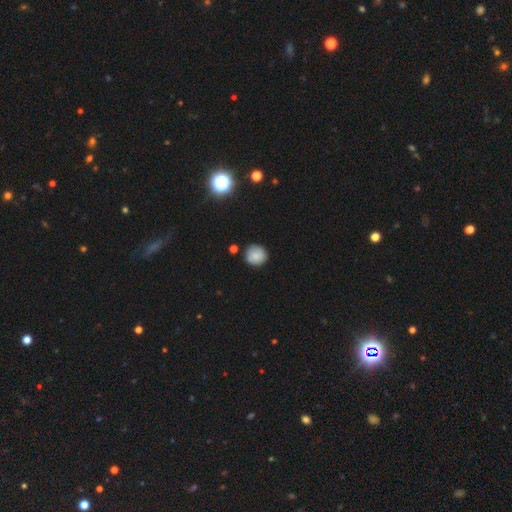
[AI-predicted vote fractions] smooth_or_featured: smooth (p=0.84) [alt: star or artifact p=0.10]
how_rounded: round (p=0.92) [alt: in between p=0.07]
merging: none (p=0.86) [alt: minor disturbance p=0.10]